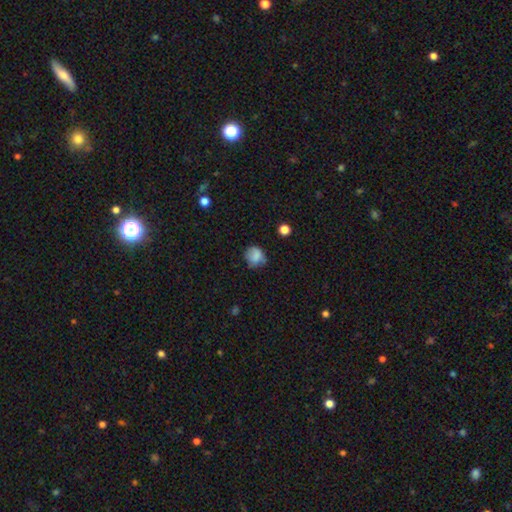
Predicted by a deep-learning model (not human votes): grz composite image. It shows a smooth galaxy with no disk features (78%) that is round (75%). Merging: none (57%).